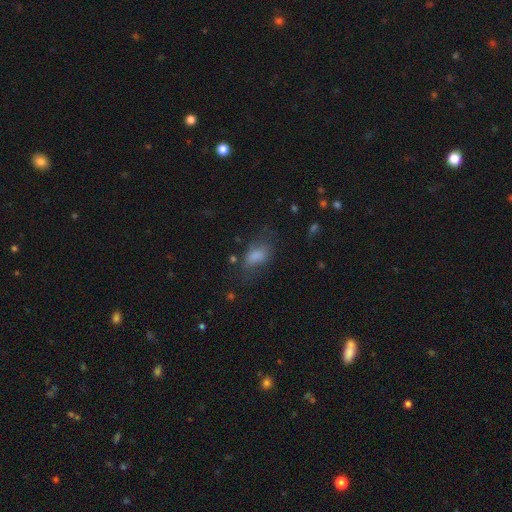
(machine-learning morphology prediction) smooth-or-featured: smooth: 71% | featured or disk: 16% | star or artifact: 14%
  how-rounded: in between: 84% | round: 10% | cigar-shaped: 6%
  merging: none: 55% | minor disturbance: 24% | major disturbance: 18% | merger: 3%